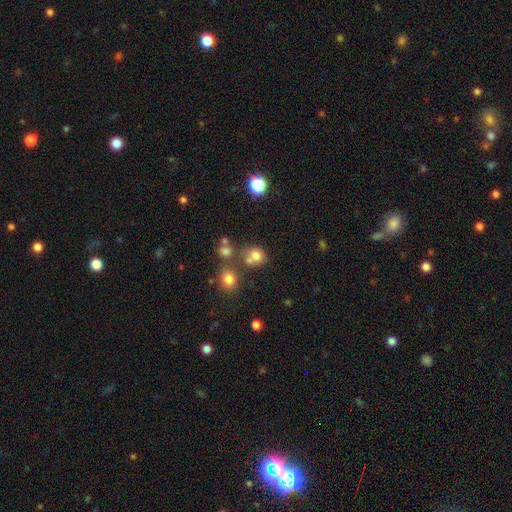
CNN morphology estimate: smooth 74%, star or artifact 16%, featured or disk 10%. Down the decision tree: how rounded — round (73%); merging — none (53%).